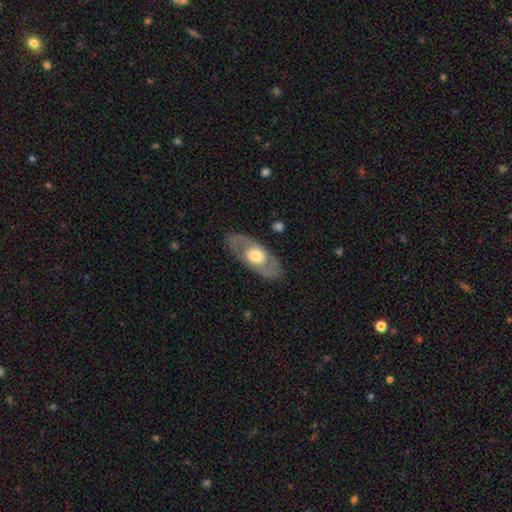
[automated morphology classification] Smooth or featured: featured or disk — 55% (smooth — 40%)
Edge-on disk: no — 81% (yes — 19%)
Merging: none — 83% (minor disturbance — 12%)